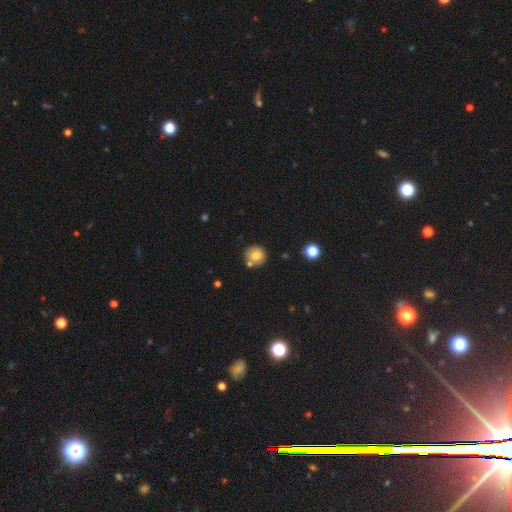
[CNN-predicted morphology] This is likely a smooth galaxy (79%). How rounded: clearly round (92%). Merging: likely none (73%).